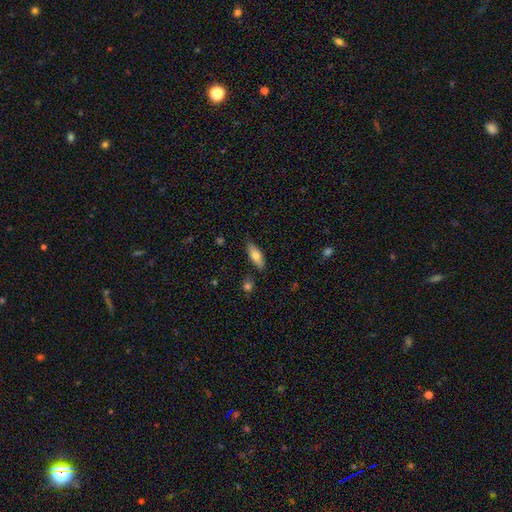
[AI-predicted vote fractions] smooth-or-featured: smooth: 71% | featured or disk: 23% | star or artifact: 7%
  how-rounded: in between: 61% | cigar-shaped: 36% | round: 2%
  merging: none: 83% | minor disturbance: 12% | major disturbance: 2% | merger: 2%